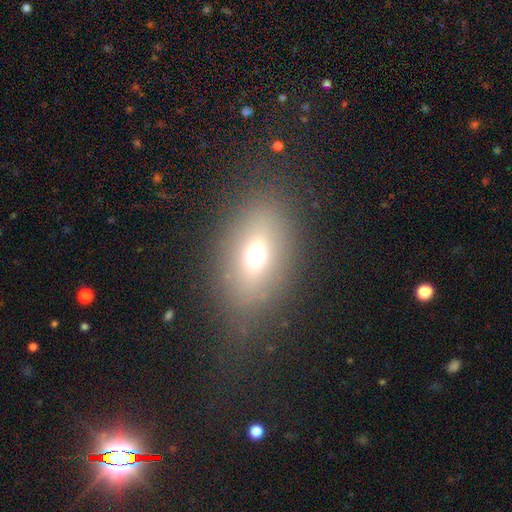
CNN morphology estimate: A smooth galaxy with no disk features (65%) that is in between round and cigar-shaped (78%).

Vote fractions:
- Smooth or featured? smooth: 65% / featured or disk: 19% / star or artifact: 16%
- How rounded? in between: 78% / round: 18% / cigar-shaped: 4%
- Merging? none: 78% / minor disturbance: 12% / major disturbance: 8% / merger: 2%